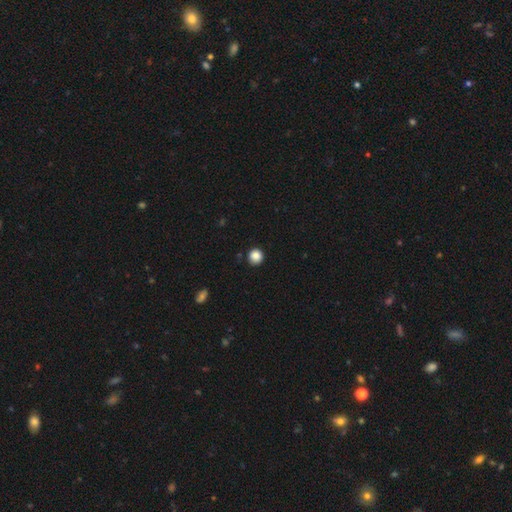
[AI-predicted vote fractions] Smooth or featured?
  - smooth: 86% *
  - star or artifact: 10%
  - featured or disk: 3%
How rounded?
  - round: 94% *
  - in between: 5%
  - cigar-shaped: 1%
Merging?
  - none: 90% *
  - minor disturbance: 6%
  - major disturbance: 2%
  - merger: 1%